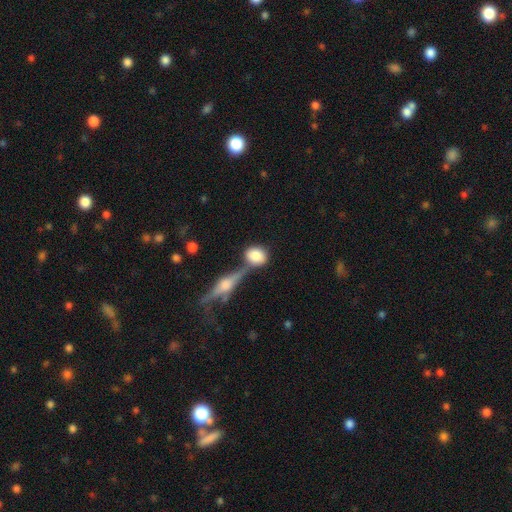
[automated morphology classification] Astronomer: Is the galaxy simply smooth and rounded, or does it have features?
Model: smooth — 76%.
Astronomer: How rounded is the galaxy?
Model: round — 59% (runner-up: in between, 37%).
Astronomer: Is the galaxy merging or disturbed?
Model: none — 52%.